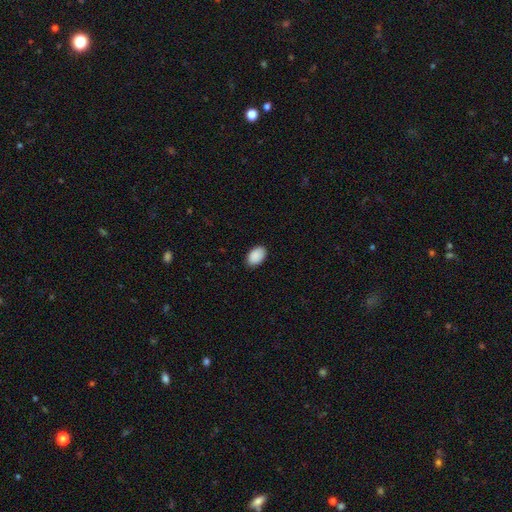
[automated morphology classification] Q: Smooth or featured?
A: smooth (91%); runner-up: star or artifact (7%)
Q: How rounded?
A: in between (90%); runner-up: round (9%)
Q: Merging?
A: none (86%); runner-up: minor disturbance (11%)